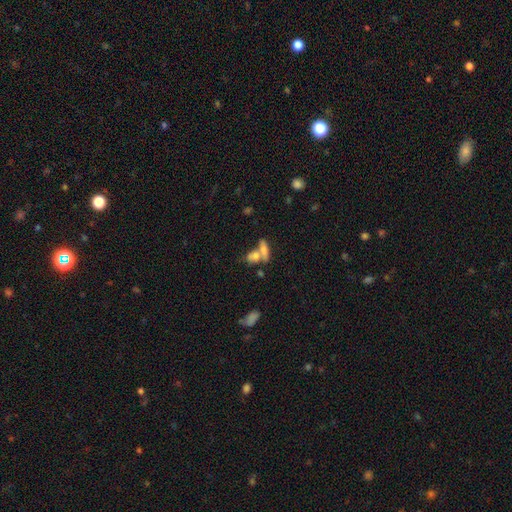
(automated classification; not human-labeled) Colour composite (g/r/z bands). It shows a smooth galaxy with no disk features (65%) that is in between round and cigar-shaped (62%). Merging: merger (50%).